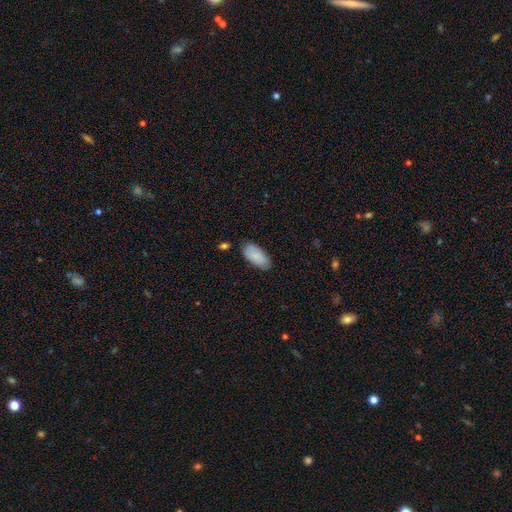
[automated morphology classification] Q: Smooth or featured?
A: smooth (85%); runner-up: featured or disk (9%)
Q: How rounded?
A: in between (93%); runner-up: cigar-shaped (5%)
Q: Merging?
A: none (80%); runner-up: minor disturbance (15%)